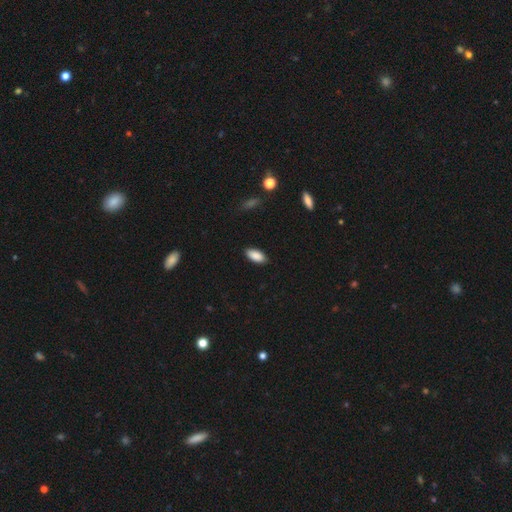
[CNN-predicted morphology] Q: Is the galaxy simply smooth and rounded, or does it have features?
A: smooth — 89%.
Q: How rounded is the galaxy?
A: in between — 91%.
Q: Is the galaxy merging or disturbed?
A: none — 87%.